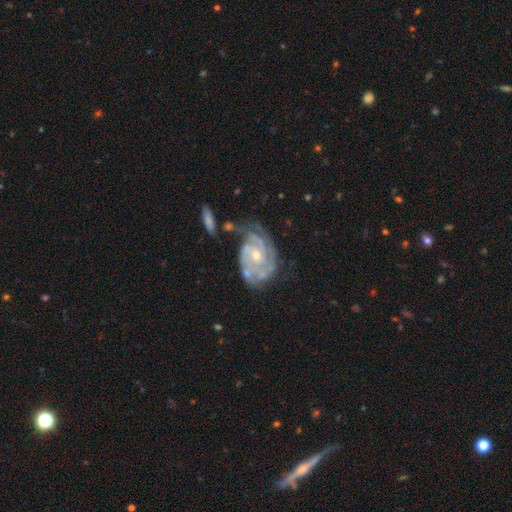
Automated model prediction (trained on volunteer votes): Overall: featured or disk (87%). Edge-on disk: no (97%). Bar: no (70%). Spiral arms: yes (95%). Spiral arm count: 2 (35%; can't tell 28%). Spiral winding: tight (66%; medium 27%). Bulge size: moderate (52%; small 44%). Merging: none (49%; minor disturbance 26%).